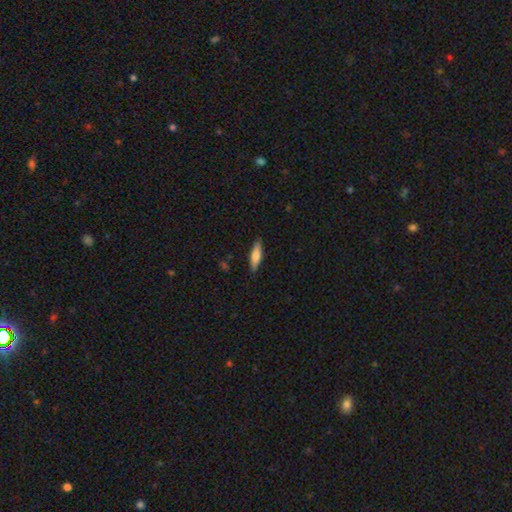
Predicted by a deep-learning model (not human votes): smooth-or-featured: smooth: 71% | featured or disk: 23% | star or artifact: 6%
  how-rounded: cigar-shaped: 62% | in between: 36% | round: 2%
  merging: none: 86% | minor disturbance: 11% | major disturbance: 2% | merger: 1%